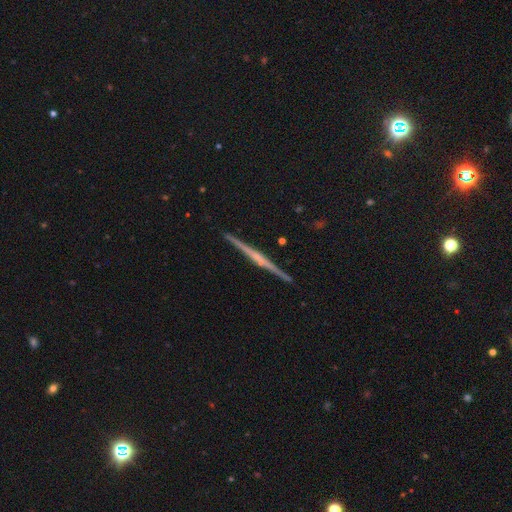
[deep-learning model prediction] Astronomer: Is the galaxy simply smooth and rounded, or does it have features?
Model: featured or disk — 80%.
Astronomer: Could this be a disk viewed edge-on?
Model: yes — 99%.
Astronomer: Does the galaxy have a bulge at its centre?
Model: rounded — 47% (runner-up: none, 39%).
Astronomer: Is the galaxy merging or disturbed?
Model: none — 92%.